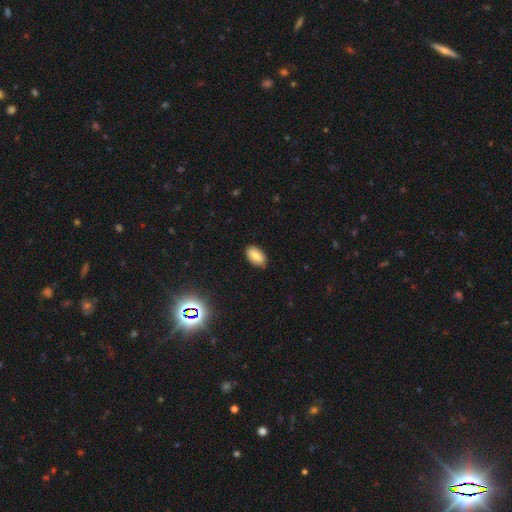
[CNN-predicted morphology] Smooth or featured? Predicted: smooth (p=0.78). How rounded? Predicted: in between (p=0.93). Merging? Predicted: none (p=0.84).